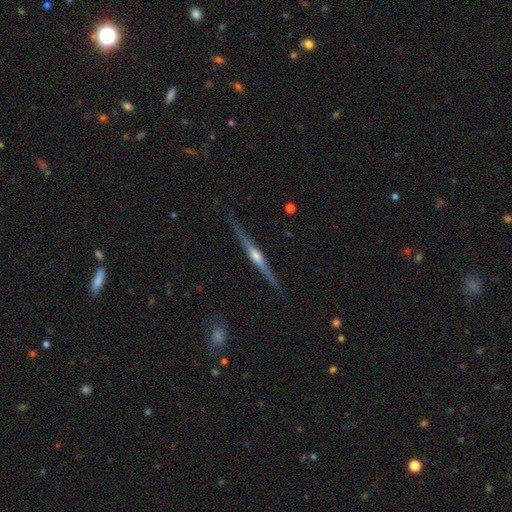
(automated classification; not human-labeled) Morphology: type=featured or disk (81%); edge-on=yes (98%); edge-on bulge=rounded (82%); merging=none (86%).